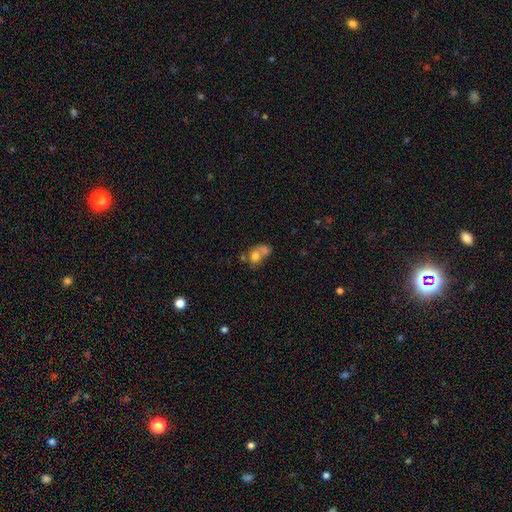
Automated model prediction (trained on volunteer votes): Smooth or featured? smooth (69%)
How rounded? round (62%)
Merging? merger (63%)